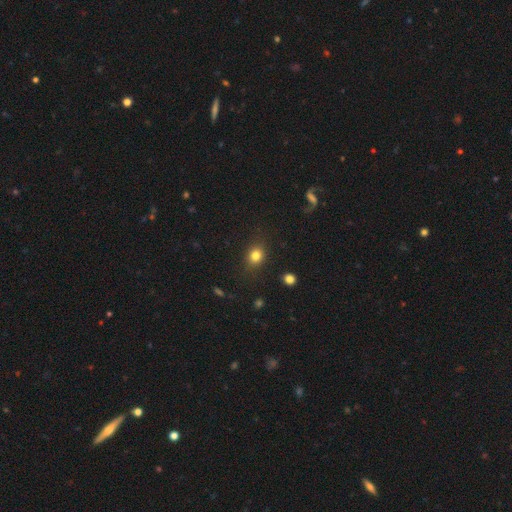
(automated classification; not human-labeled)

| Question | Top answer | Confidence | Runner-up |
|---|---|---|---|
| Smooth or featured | smooth | 81% | star or artifact (12%) |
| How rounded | round | 64% | in between (35%) |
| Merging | none | 84% | minor disturbance (11%) |